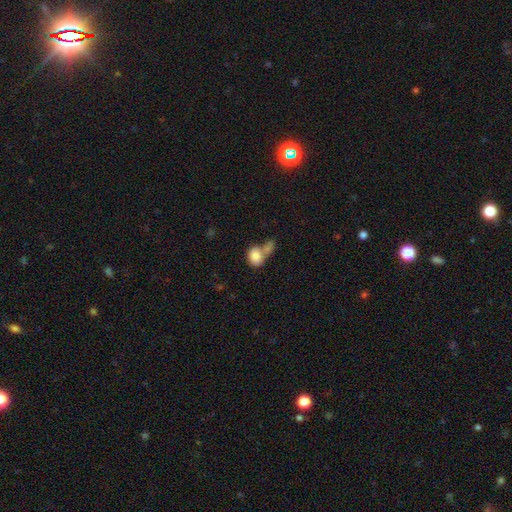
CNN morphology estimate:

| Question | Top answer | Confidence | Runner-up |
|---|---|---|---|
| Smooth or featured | smooth | 82% | featured or disk (10%) |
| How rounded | in between | 58% | round (40%) |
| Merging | merger | 55% | none (25%) |